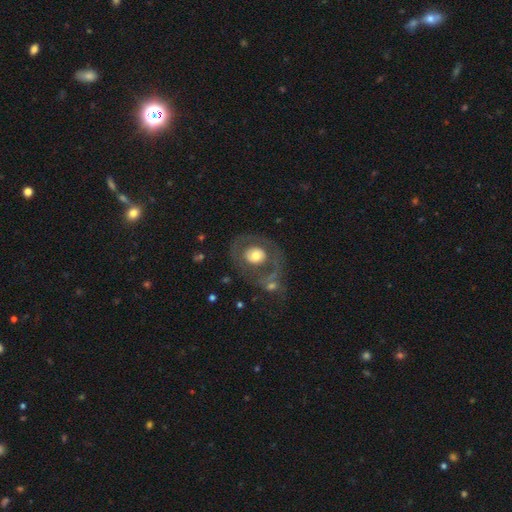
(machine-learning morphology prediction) Smooth or featured? Predicted: featured or disk (p=0.48). Merging? Predicted: none (p=0.59).